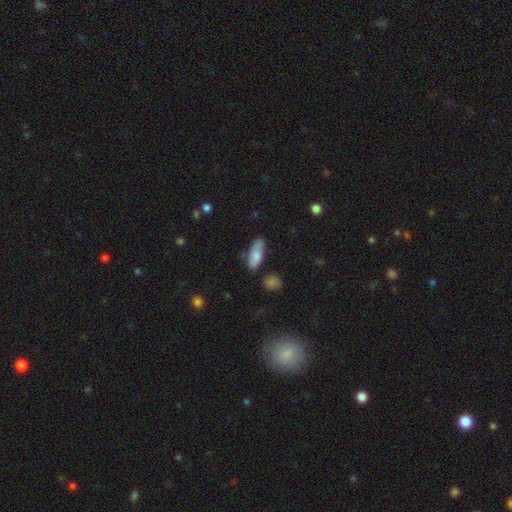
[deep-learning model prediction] A smooth galaxy with no disk features (79%) that is in between round and cigar-shaped (74%). Merging: none (65%).